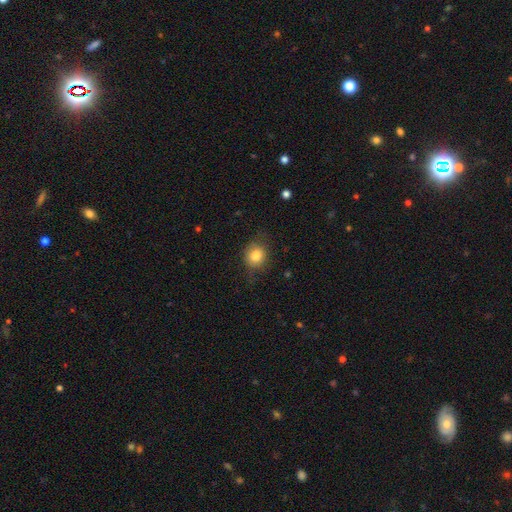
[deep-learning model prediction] A smooth galaxy with no disk features (82%) that is round (74%).

Vote fractions:
- Smooth or featured? smooth: 82% / star or artifact: 10% / featured or disk: 8%
- How rounded? round: 74% / in between: 25% / cigar-shaped: 1%
- Merging? none: 74% / minor disturbance: 19% / major disturbance: 6% / merger: 1%